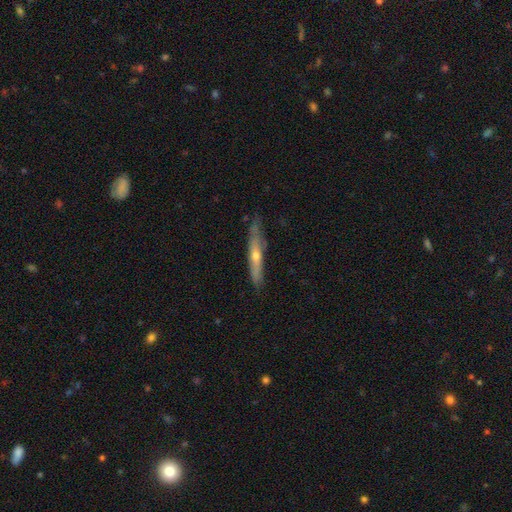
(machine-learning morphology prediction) Smooth or featured? featured or disk (59%)
Edge-on disk? yes (87%)
Edge-on bulge? rounded (78%)
Merging? none (77%)